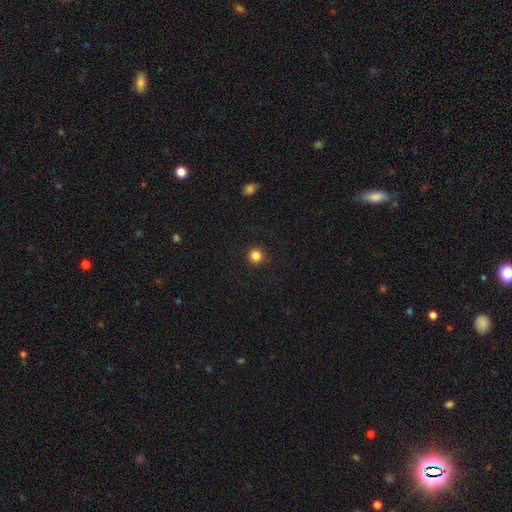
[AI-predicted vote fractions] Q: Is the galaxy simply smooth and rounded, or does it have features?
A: smooth — 85%.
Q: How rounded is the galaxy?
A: round — 95%.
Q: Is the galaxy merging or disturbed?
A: none — 92%.